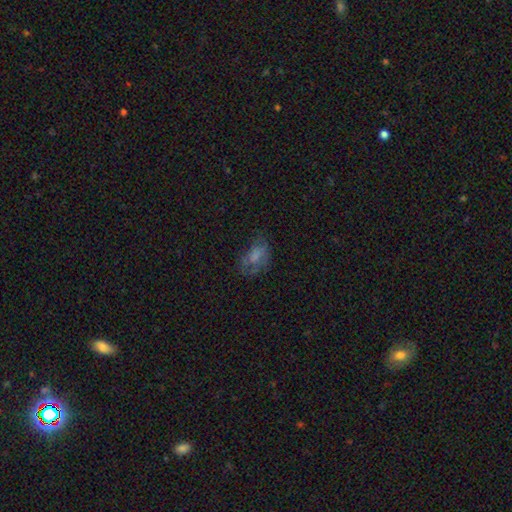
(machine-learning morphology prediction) The model was most divided on "merging": none: 44%, major disturbance: 27%, minor disturbance: 26%, merger: 3%. More confident: how rounded — in between (85%); smooth or featured — smooth (57%).